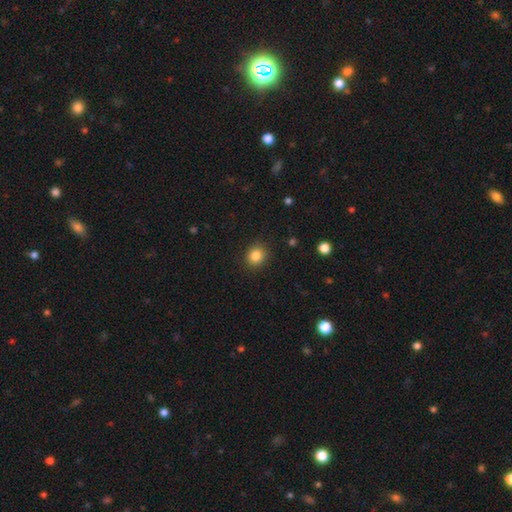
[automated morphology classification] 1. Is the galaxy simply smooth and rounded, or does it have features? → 85% smooth, 10% star or artifact, 5% featured or disk.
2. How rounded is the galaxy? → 78% round, 21% in between, 1% cigar-shaped.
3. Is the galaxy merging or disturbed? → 89% none, 8% minor disturbance, 2% major disturbance, 1% merger.